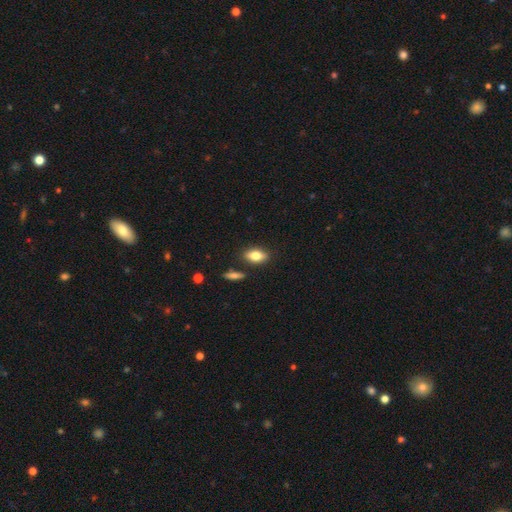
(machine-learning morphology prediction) Overall: smooth (78%). How rounded: in between (86%). Merging: none (82%).